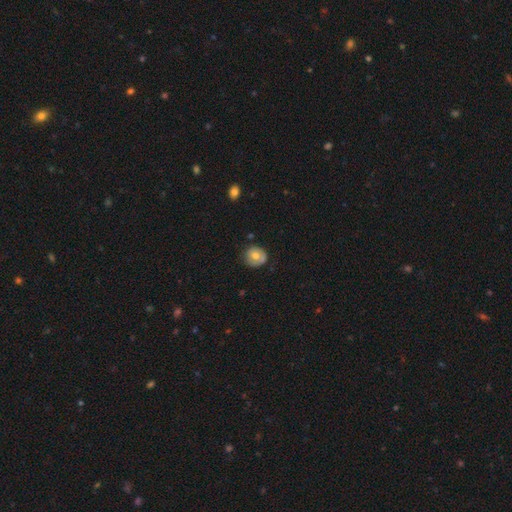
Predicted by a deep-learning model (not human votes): Overall: smooth (64%; featured or disk 29%). How rounded: round (87%). Merging: none (78%).